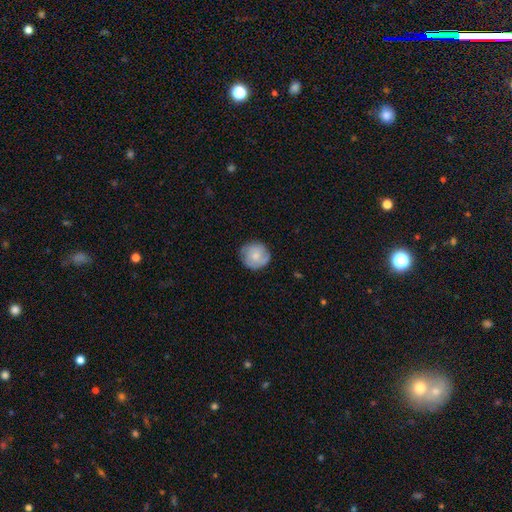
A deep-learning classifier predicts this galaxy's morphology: Smooth or featured: smooth — 58% (featured or disk — 35%)
How rounded: round — 91% (in between — 8%)
Merging: none — 79% (minor disturbance — 16%)